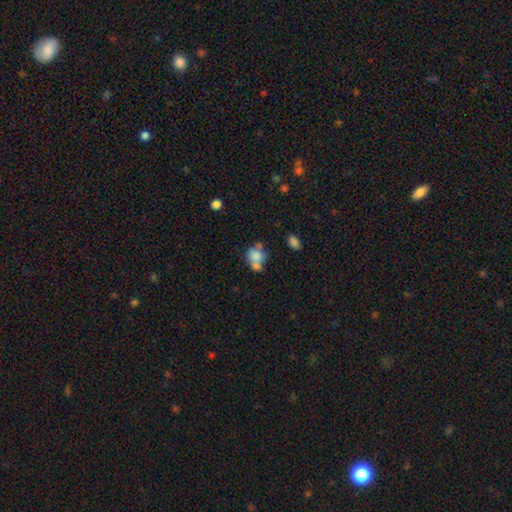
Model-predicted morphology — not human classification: type=smooth (68%); roundness=round (51%); merging=merger (43%).